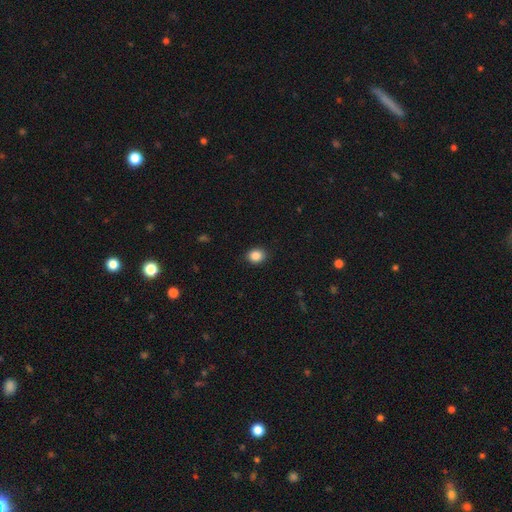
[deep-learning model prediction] Smooth or featured?
  - smooth: 87% *
  - star or artifact: 10%
  - featured or disk: 4%
How rounded?
  - round: 59% *
  - in between: 40%
  - cigar-shaped: 1%
Merging?
  - none: 89% *
  - minor disturbance: 8%
  - major disturbance: 2%
  - merger: 1%